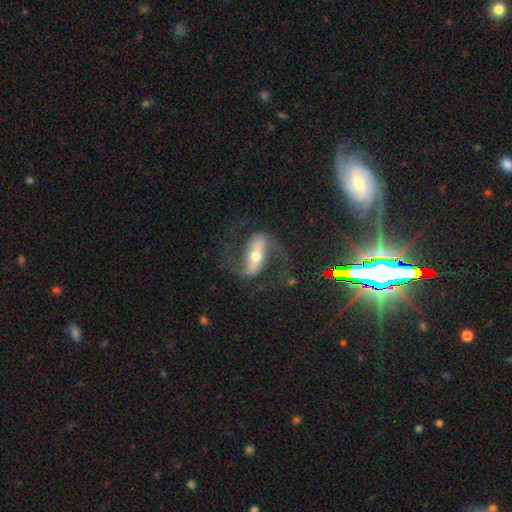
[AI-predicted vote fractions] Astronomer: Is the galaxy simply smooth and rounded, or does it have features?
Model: featured or disk — 84%.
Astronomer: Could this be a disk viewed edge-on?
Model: no — 91%.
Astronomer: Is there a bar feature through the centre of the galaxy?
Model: strong — 66%.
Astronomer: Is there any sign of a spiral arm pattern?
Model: yes — 93%.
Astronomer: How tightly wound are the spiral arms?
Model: medium — 45% (runner-up: loose, 44%).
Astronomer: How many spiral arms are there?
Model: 2 — 93%.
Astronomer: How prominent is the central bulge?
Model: moderate — 60%.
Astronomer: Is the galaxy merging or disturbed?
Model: none — 73%.